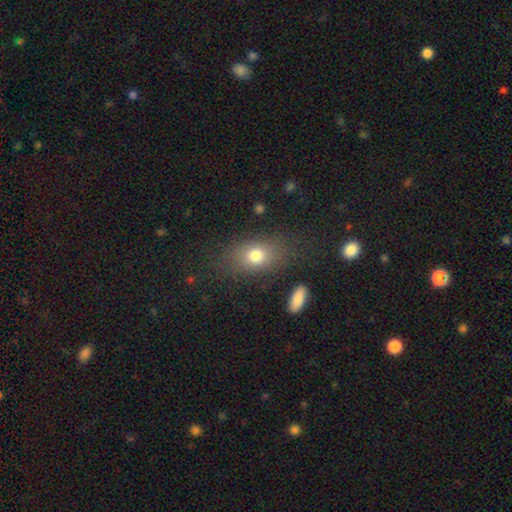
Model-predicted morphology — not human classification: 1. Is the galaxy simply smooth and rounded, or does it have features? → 76% smooth, 12% star or artifact, 12% featured or disk.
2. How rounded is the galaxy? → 68% in between, 29% round, 3% cigar-shaped.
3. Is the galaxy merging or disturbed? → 77% none, 13% minor disturbance, 7% major disturbance, 3% merger.